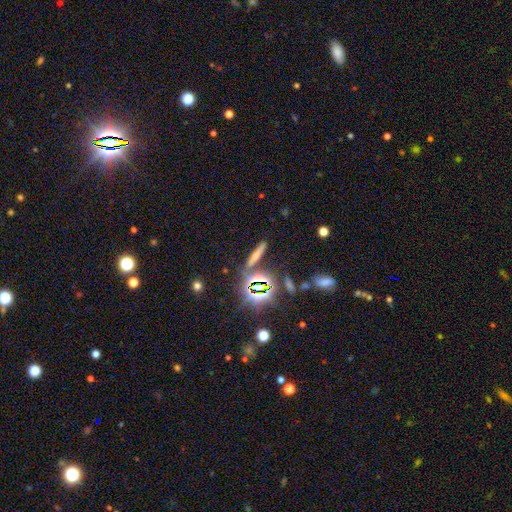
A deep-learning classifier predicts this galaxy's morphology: smooth_or_featured: smooth (p=0.48) [alt: star or artifact p=0.30]
merging: none (p=0.78) [alt: minor disturbance p=0.10]